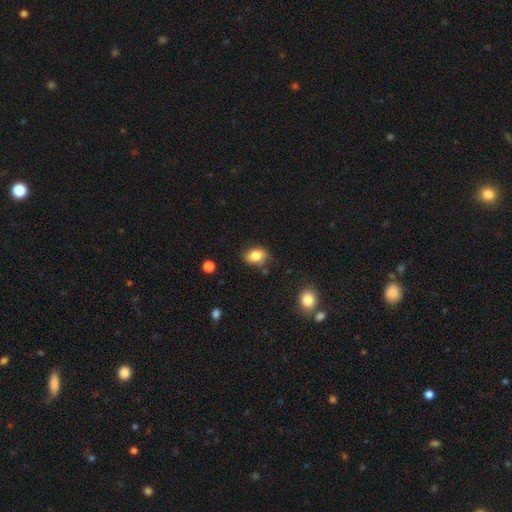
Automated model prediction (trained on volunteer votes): smooth 82%, featured or disk 9%, star or artifact 9%. Down the decision tree: how rounded — in between (75%); merging — none (69%).